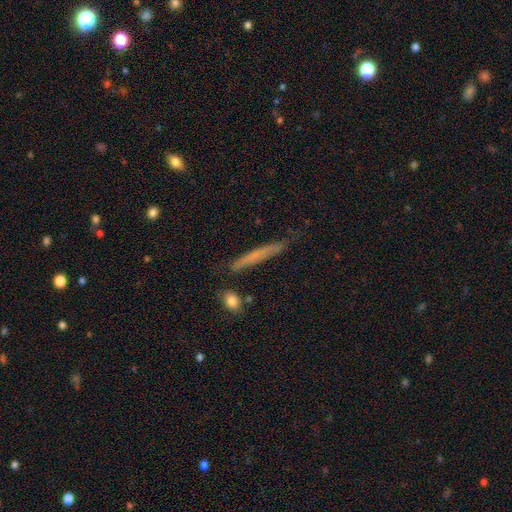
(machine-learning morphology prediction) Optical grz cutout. It shows a smooth galaxy with no disk features (57%) that is cigar-shaped (95%). Merging: none (74%).